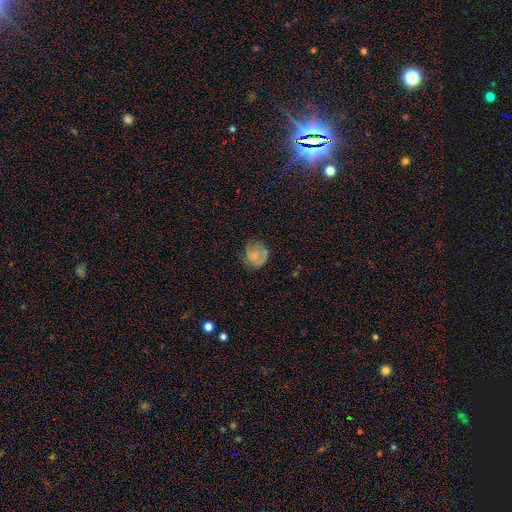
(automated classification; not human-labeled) A smooth galaxy with no disk features (52%) that is round (81%).

Vote fractions:
- Smooth or featured? smooth: 52% / featured or disk: 38% / star or artifact: 10%
- How rounded? round: 81% / in between: 18% / cigar-shaped: 1%
- Merging? none: 62% / minor disturbance: 24% / major disturbance: 12% / merger: 2%